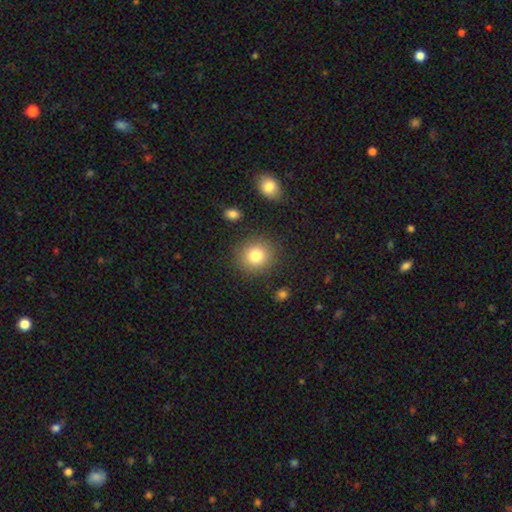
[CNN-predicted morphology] A smooth galaxy with no disk features (82%) that is round (90%). Merging: none (87%).